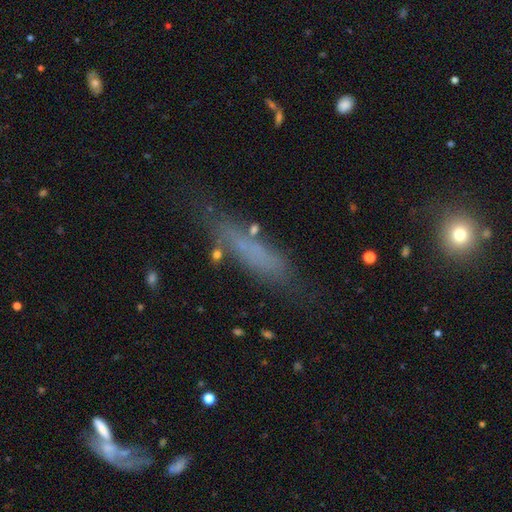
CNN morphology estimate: The model was most divided on "smooth or featured": smooth: 58%, featured or disk: 28%, star or artifact: 13%. More confident: how rounded — cigar-shaped (77%); merging — none (63%).